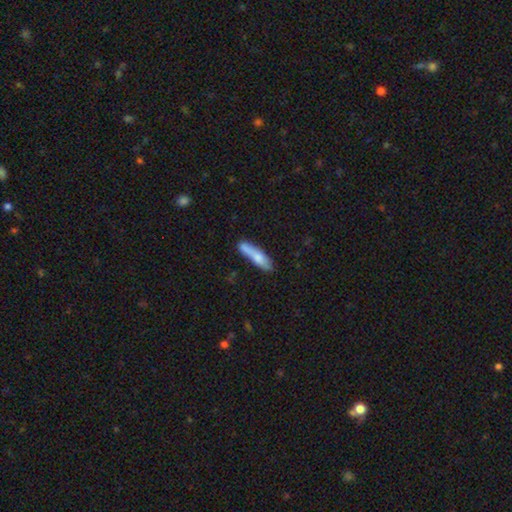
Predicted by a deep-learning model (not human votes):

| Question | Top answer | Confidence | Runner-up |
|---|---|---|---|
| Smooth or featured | smooth | 71% | featured or disk (22%) |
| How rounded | cigar-shaped | 77% | in between (21%) |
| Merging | none | 58% | minor disturbance (22%) |